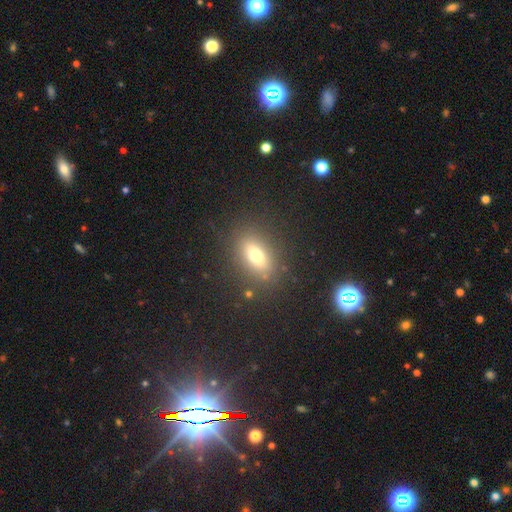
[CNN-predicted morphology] This appears to be a smooth galaxy with no disk features (71%) that is in between round and cigar-shaped (78%). Merging: none (83%).